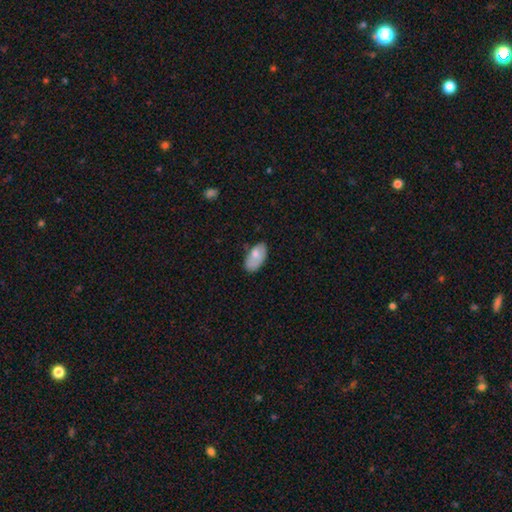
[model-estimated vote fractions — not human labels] Smooth or featured: smooth — 74% (featured or disk — 19%)
How rounded: in between — 94% (round — 4%)
Merging: none — 60% (minor disturbance — 30%)